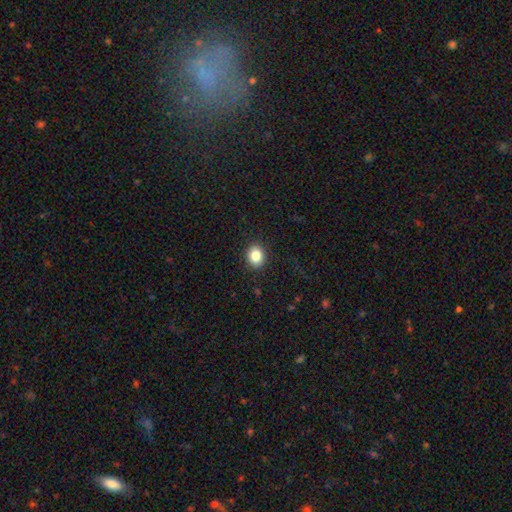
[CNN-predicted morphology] This appears to be a smooth galaxy with no disk features (85%) that is round (57%). Merging: none (90%).